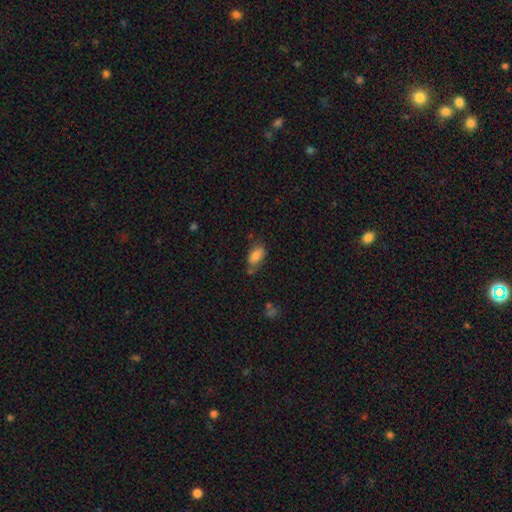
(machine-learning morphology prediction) Smooth or featured? smooth (82%)
How rounded? in between (91%)
Merging? none (59%)